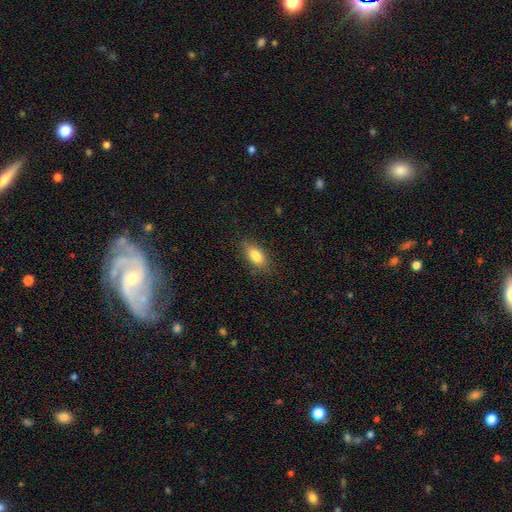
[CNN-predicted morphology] Smooth or featured? smooth (84%)
How rounded? in between (85%)
Merging? none (81%)